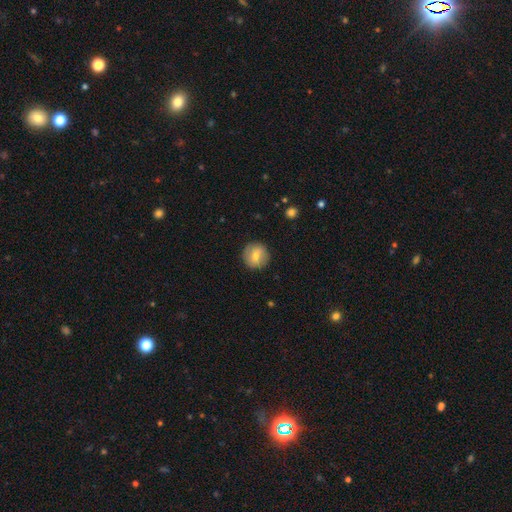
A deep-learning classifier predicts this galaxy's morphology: A smooth galaxy with no disk features (68%) that is round (93%).

Vote fractions:
- Smooth or featured? smooth: 68% / featured or disk: 24% / star or artifact: 8%
- How rounded? round: 93% / in between: 6% / cigar-shaped: 1%
- Merging? none: 89% / minor disturbance: 8% / major disturbance: 2% / merger: 1%